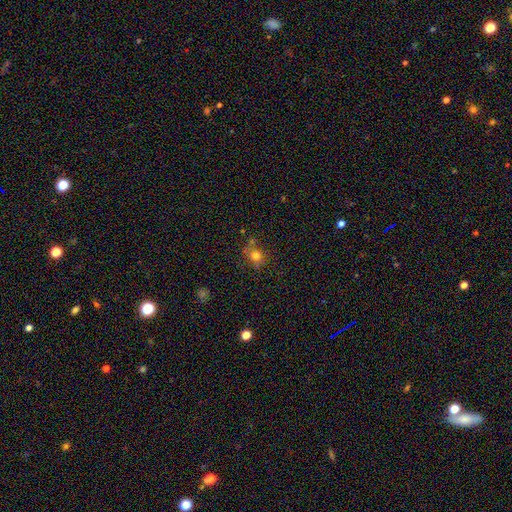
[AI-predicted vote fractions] Smooth or featured? Predicted: smooth (p=0.74). How rounded? Predicted: round (p=0.77). Merging? Predicted: none (p=0.65).